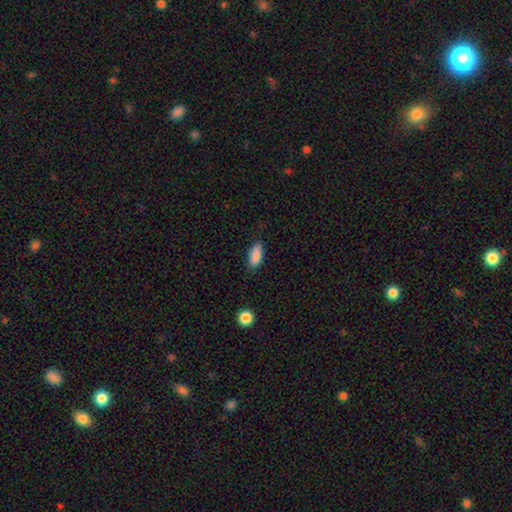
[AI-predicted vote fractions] Smooth or featured: smooth — 88% (star or artifact — 7%)
How rounded: in between — 82% (cigar-shaped — 15%)
Merging: none — 81% (minor disturbance — 14%)